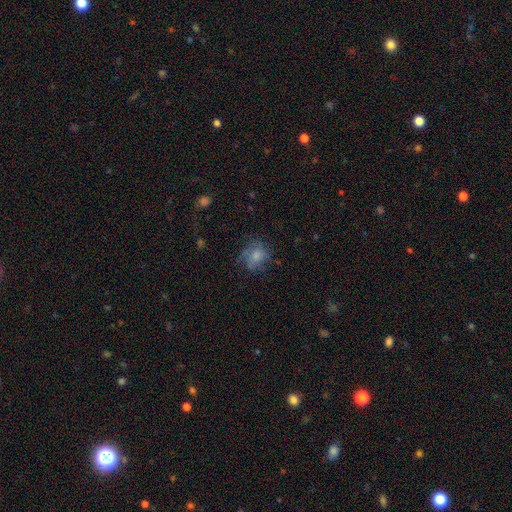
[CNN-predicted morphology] This appears to be a smooth galaxy with no disk features (62%) that is round (63%). Merging: none (55%).